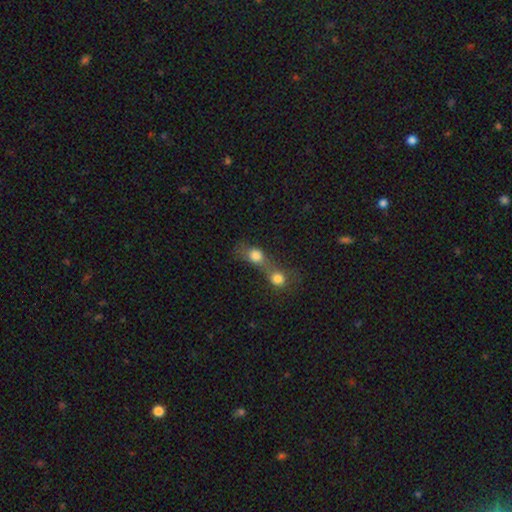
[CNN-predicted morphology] type=smooth (76%); roundness=round (65%); merging=merger (77%).